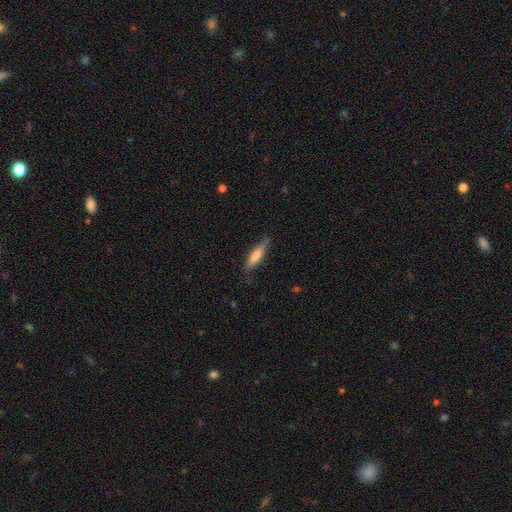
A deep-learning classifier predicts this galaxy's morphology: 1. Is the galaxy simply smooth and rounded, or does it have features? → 65% smooth, 30% featured or disk, 6% star or artifact.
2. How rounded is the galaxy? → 74% cigar-shaped, 24% in between, 2% round.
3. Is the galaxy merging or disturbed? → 77% none, 18% minor disturbance, 3% major disturbance, 1% merger.